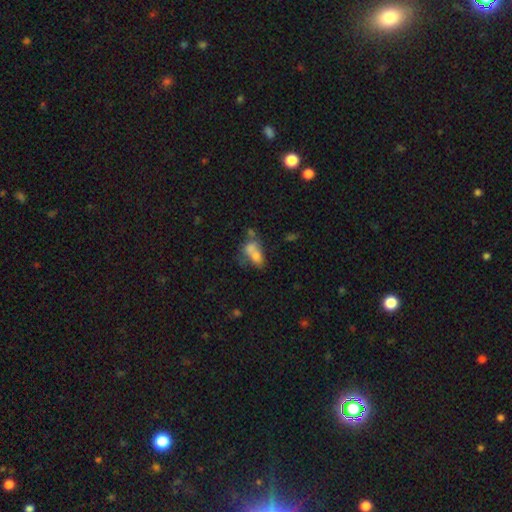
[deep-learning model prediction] smooth-or-featured: smooth: 65% | featured or disk: 23% | star or artifact: 12%
  how-rounded: in between: 76% | round: 20% | cigar-shaped: 4%
  merging: merger: 56% | none: 23% | minor disturbance: 11% | major disturbance: 11%